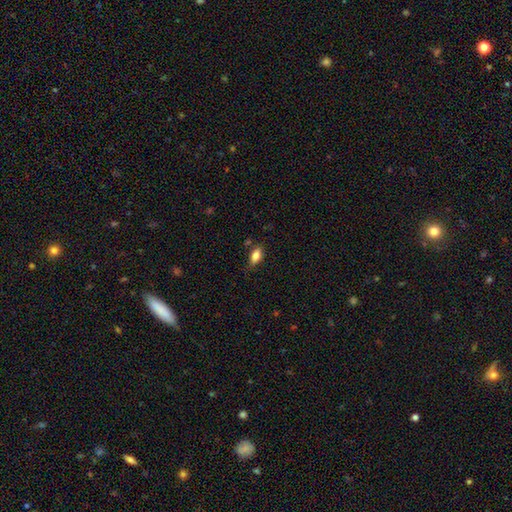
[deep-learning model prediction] smooth-or-featured: smooth: 81% | featured or disk: 11% | star or artifact: 8%
  how-rounded: in between: 86% | cigar-shaped: 8% | round: 5%
  merging: none: 69% | minor disturbance: 22% | major disturbance: 5% | merger: 4%